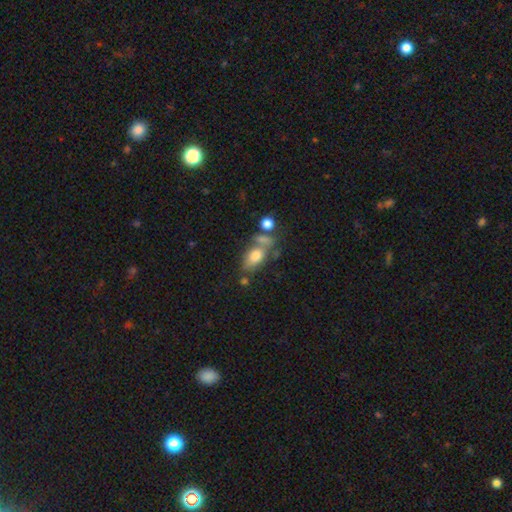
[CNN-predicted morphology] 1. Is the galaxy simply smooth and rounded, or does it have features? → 71% smooth, 20% featured or disk, 10% star or artifact.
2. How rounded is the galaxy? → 83% in between, 12% round, 6% cigar-shaped.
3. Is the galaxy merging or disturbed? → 43% none, 28% merger, 19% minor disturbance, 11% major disturbance.